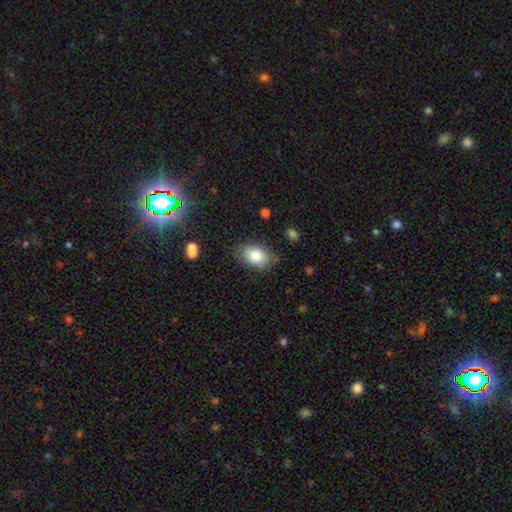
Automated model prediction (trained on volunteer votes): Smooth or featured?
  - smooth: 79% *
  - featured or disk: 12%
  - star or artifact: 8%
How rounded?
  - in between: 82% *
  - round: 17%
  - cigar-shaped: 1%
Merging?
  - none: 80% *
  - minor disturbance: 15%
  - major disturbance: 3%
  - merger: 2%